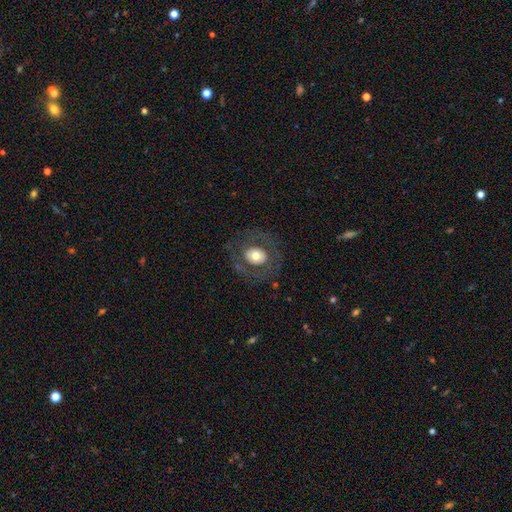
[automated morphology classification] The model was most divided on "smooth or featured": smooth: 54%, featured or disk: 38%, star or artifact: 8%. More confident: merging — none (78%); how rounded — round (67%).